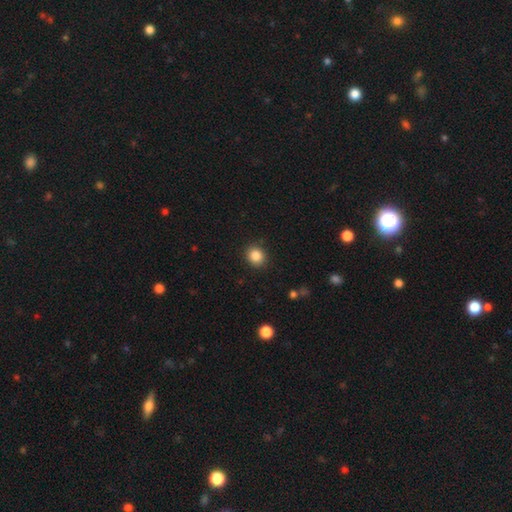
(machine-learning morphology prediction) Overall: smooth (86%). How rounded: round (81%). Merging: none (90%).